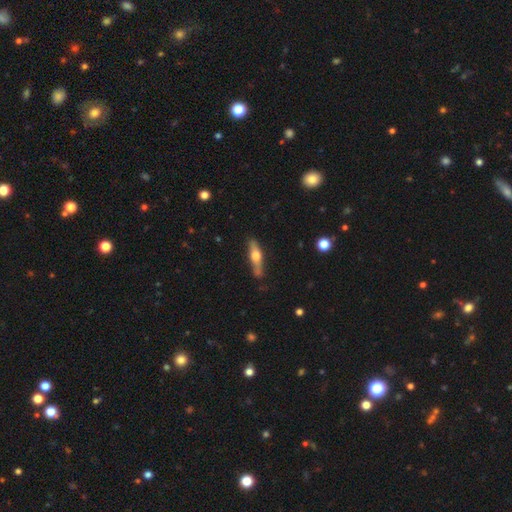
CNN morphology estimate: A featured or disk galaxy (55%) viewed edge-on (93%) with a rounded central bulge (93%). Merging: none (79%).